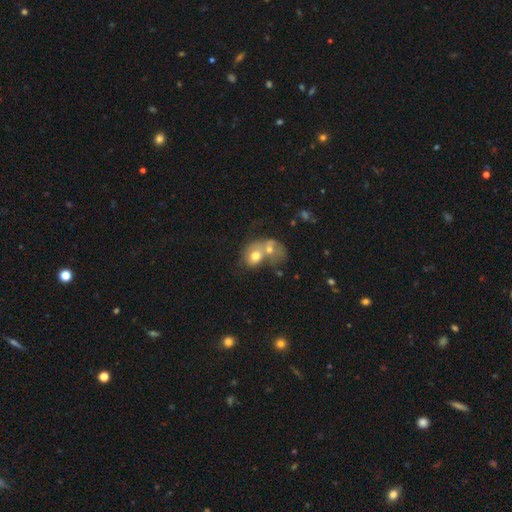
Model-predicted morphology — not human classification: Smooth or featured?
  - smooth: 65% *
  - featured or disk: 26%
  - star or artifact: 9%
How rounded?
  - round: 50% *
  - in between: 49%
  - cigar-shaped: 1%
Merging?
  - merger: 75% *
  - none: 13%
  - major disturbance: 6%
  - minor disturbance: 6%